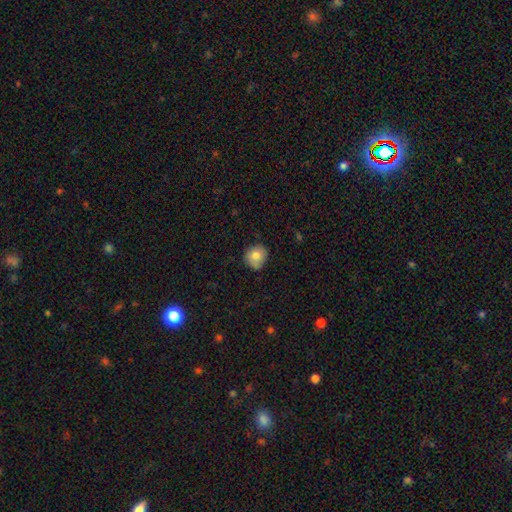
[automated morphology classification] smooth-or-featured: smooth: 79% | featured or disk: 12% | star or artifact: 9%
  how-rounded: round: 83% | in between: 17% | cigar-shaped: 1%
  merging: none: 73% | minor disturbance: 22% | major disturbance: 3% | merger: 2%